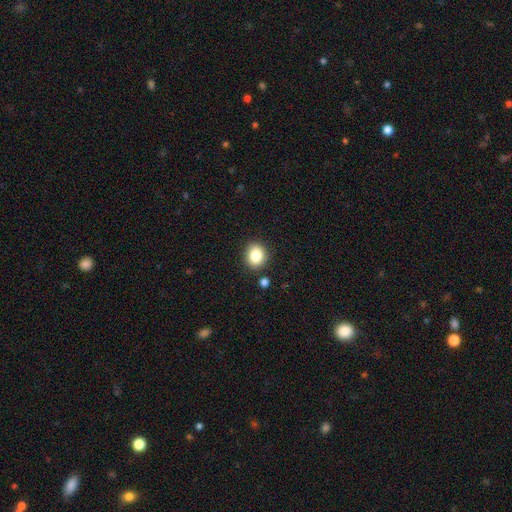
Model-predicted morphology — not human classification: smooth_or_featured: smooth (p=0.84) [alt: star or artifact p=0.10]
how_rounded: round (p=0.65) [alt: in between p=0.34]
merging: none (p=0.87) [alt: minor disturbance p=0.08]